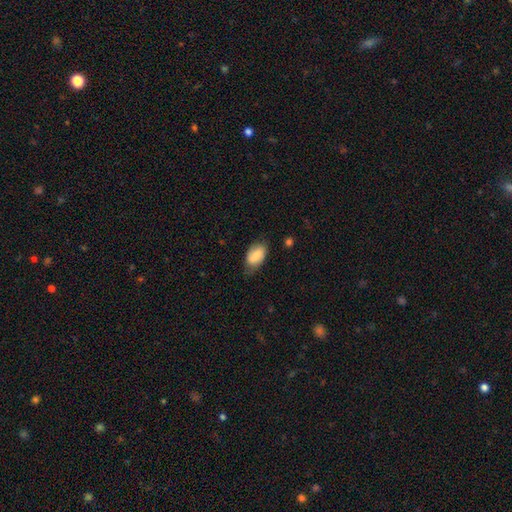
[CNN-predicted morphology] Smooth or featured: smooth — 81% (featured or disk — 12%)
How rounded: in between — 92% (round — 6%)
Merging: none — 65% (minor disturbance — 28%)